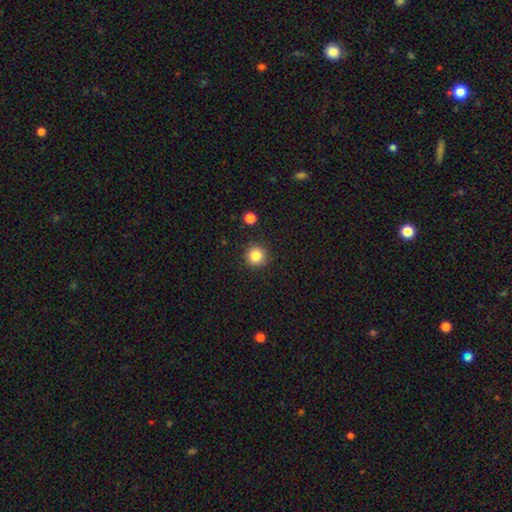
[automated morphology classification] A smooth galaxy with no disk features (84%) that is round (95%).

Vote fractions:
- Smooth or featured? smooth: 84% / star or artifact: 11% / featured or disk: 5%
- How rounded? round: 95% / in between: 5% / cigar-shaped: 1%
- Merging? none: 90% / minor disturbance: 6% / major disturbance: 2% / merger: 2%